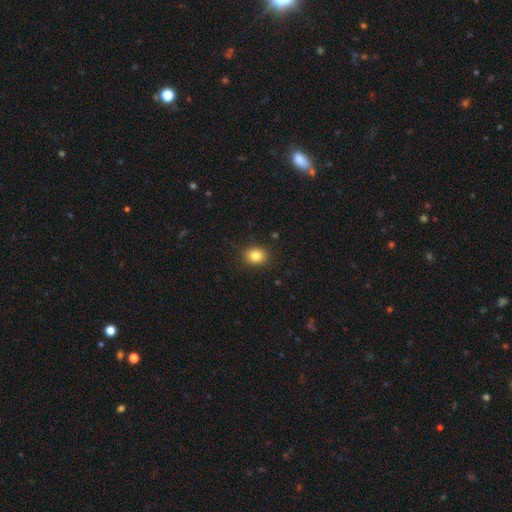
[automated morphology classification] Smooth or featured? Predicted: smooth (p=0.84). How rounded? Predicted: round (p=0.51). Merging? Predicted: none (p=0.89).